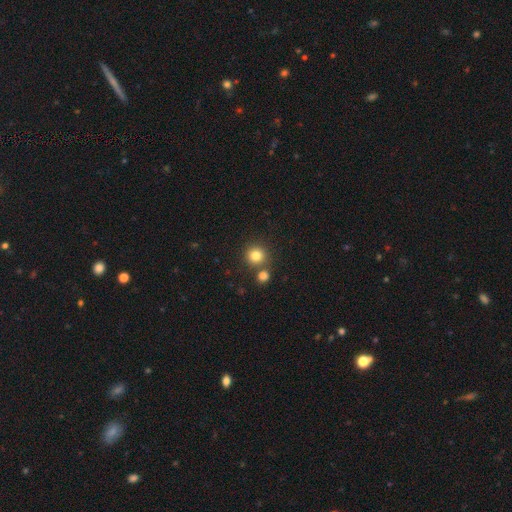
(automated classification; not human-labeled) Overall: smooth (82%). How rounded: round (92%). Merging: none (73%).